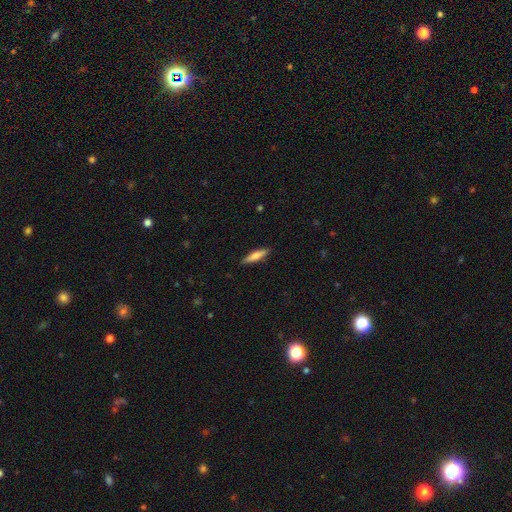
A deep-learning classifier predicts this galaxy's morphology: The model was most divided on "smooth or featured": smooth: 60%, featured or disk: 34%, star or artifact: 6%. More confident: merging — none (89%); how rounded — cigar-shaped (80%).